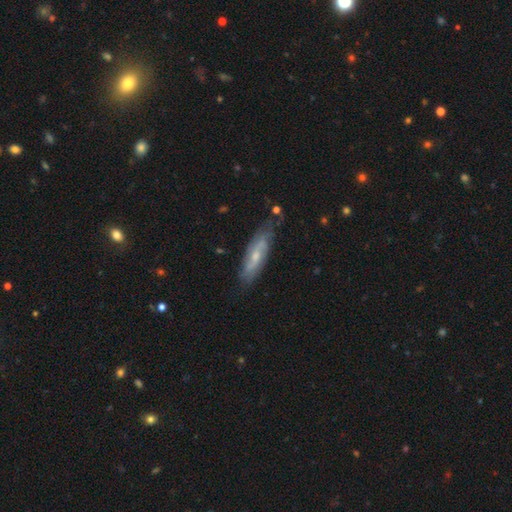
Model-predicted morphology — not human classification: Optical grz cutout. It shows a featured or disk galaxy (71%) with no bar (43%, tied with weak), spiral arms (88%) and a small central bulge (55%). Merging: none (71%).